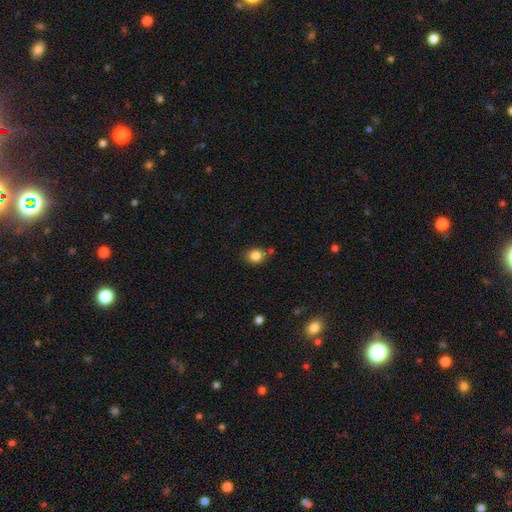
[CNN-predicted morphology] Q: Smooth or featured?
A: smooth (83%); runner-up: star or artifact (10%)
Q: How rounded?
A: round (57%); runner-up: in between (42%)
Q: Merging?
A: none (72%); runner-up: minor disturbance (16%)